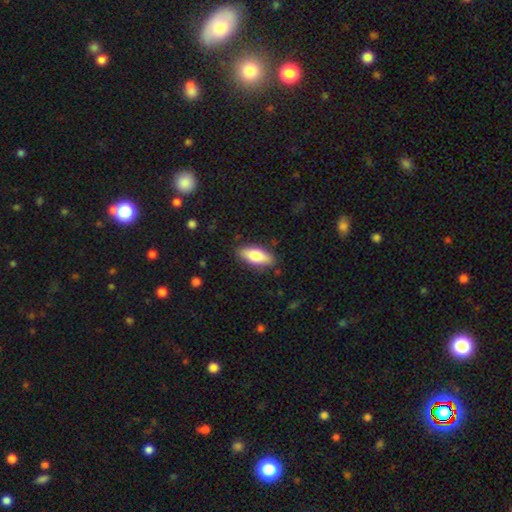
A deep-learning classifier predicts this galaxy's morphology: The model was most divided on "how rounded": in between: 76%, cigar-shaped: 22%, round: 2%. More confident: merging — none (86%); smooth or featured — smooth (75%).